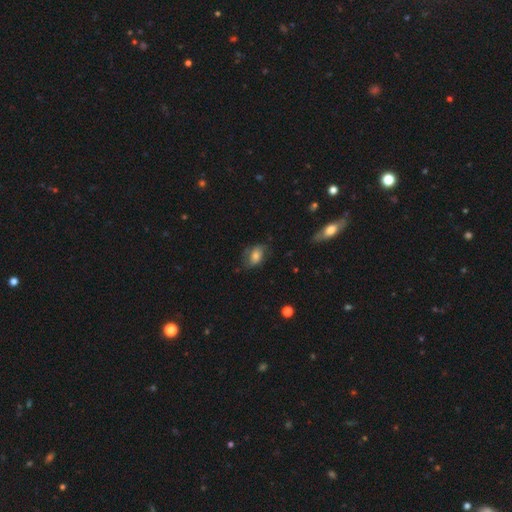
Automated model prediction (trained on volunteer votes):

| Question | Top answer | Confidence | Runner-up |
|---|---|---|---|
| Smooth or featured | smooth | 59% | featured or disk (32%) |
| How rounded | in between | 82% | round (16%) |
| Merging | none | 59% | minor disturbance (27%) |